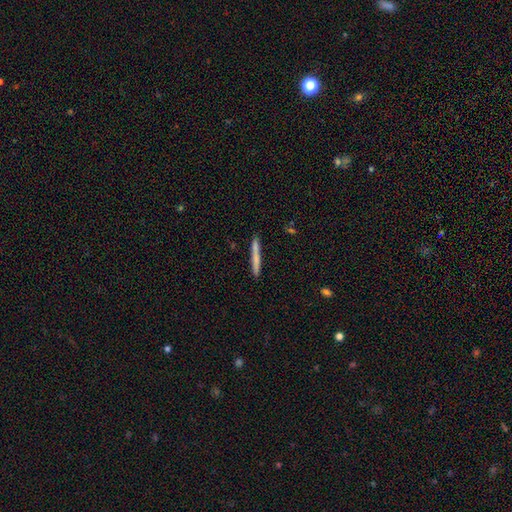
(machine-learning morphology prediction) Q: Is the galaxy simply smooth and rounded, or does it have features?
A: smooth — 68%.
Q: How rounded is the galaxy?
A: cigar-shaped — 97%.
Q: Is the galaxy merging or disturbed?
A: none — 90%.